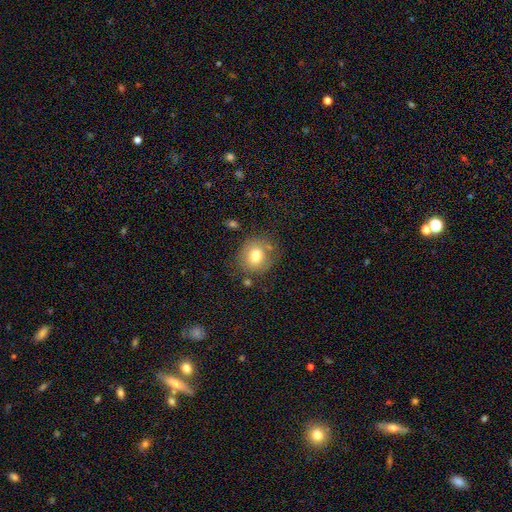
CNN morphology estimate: Smooth or featured? Predicted: smooth (p=0.75). How rounded? Predicted: round (p=0.78). Merging? Predicted: none (p=0.71).